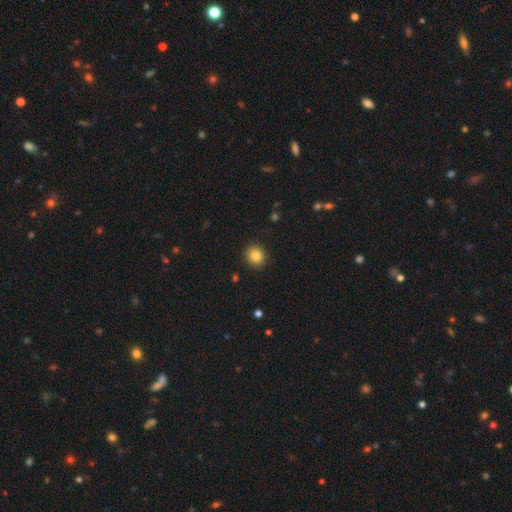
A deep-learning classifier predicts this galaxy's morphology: smooth-or-featured: smooth: 84% | star or artifact: 10% | featured or disk: 5%
  how-rounded: round: 87% | in between: 12% | cigar-shaped: 1%
  merging: none: 91% | minor disturbance: 6% | major disturbance: 2% | merger: 1%